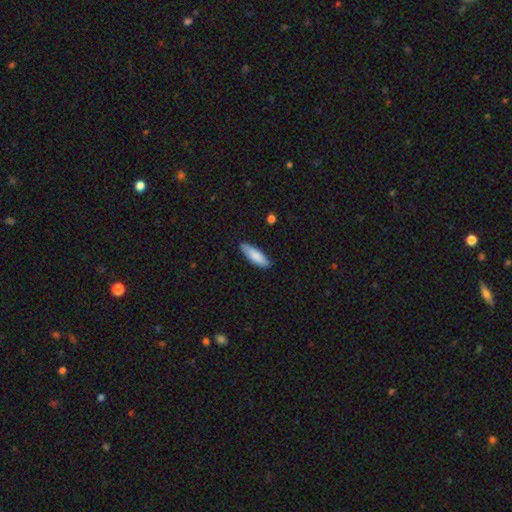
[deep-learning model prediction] Smooth or featured?
  - smooth: 84% *
  - featured or disk: 11%
  - star or artifact: 6%
How rounded?
  - cigar-shaped: 49% * (tied)
  - in between: 49% * (tied)
  - round: 2%
Merging?
  - none: 82% *
  - minor disturbance: 14%
  - major disturbance: 2%
  - merger: 1%